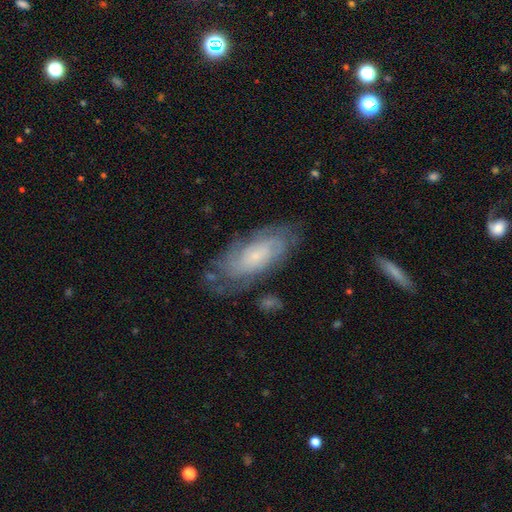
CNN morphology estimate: This is likely a featured or disk galaxy (66%). It is clearly not viewed edge-on (90%). Bar: likely no (74%). Spiral arm pattern: clearly yes (87%). Spiral arm count: possibly can't tell (57%). Spiral winding: likely tight (64%). Central bulge: likely small (72%). Merging: likely none (70%).